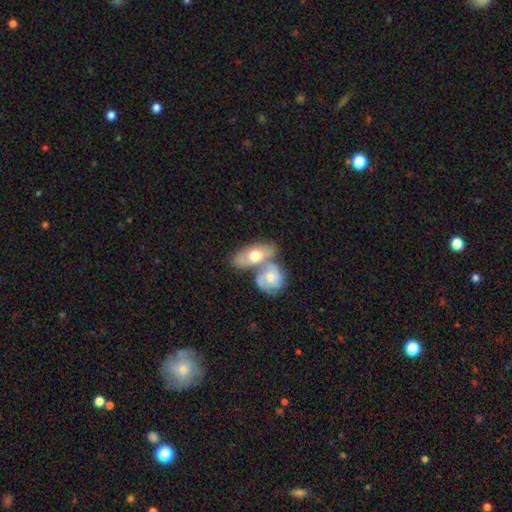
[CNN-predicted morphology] Overall: smooth (49%; featured or disk 46%). Merging: merger (58%; none 28%).